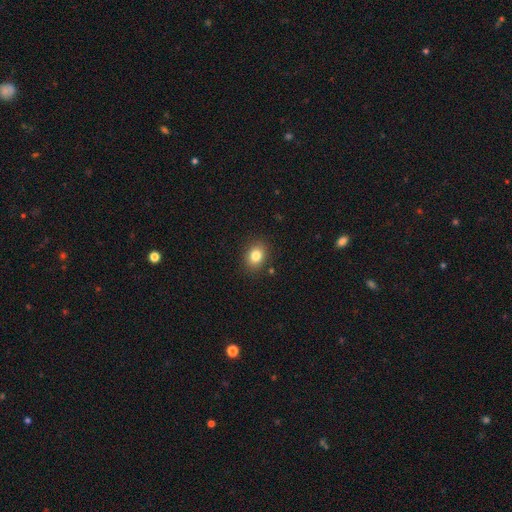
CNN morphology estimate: Smooth or featured? Predicted: smooth (p=0.82). How rounded? Predicted: in between (p=0.54). Merging? Predicted: none (p=0.87).